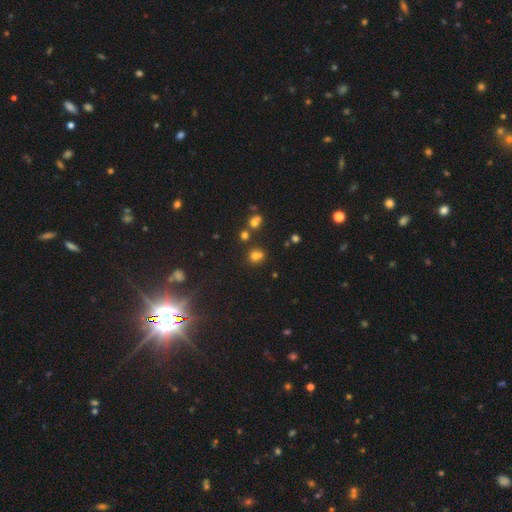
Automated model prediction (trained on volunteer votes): Smooth or featured? Predicted: smooth (p=0.68). How rounded? Predicted: round (p=0.78). Merging? Predicted: none (p=0.60).